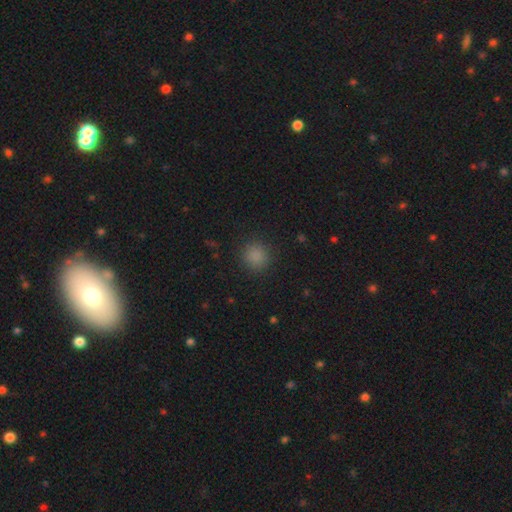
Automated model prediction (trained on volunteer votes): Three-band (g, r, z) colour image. It shows a smooth galaxy with no disk features (85%) that is round (91%). Merging: none (90%).